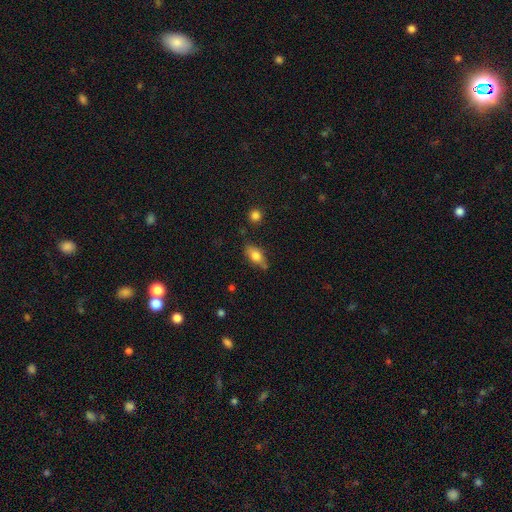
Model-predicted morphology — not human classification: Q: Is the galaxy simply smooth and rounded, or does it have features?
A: smooth — 69%.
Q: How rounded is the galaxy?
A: in between — 80%.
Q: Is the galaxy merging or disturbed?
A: none — 72%.